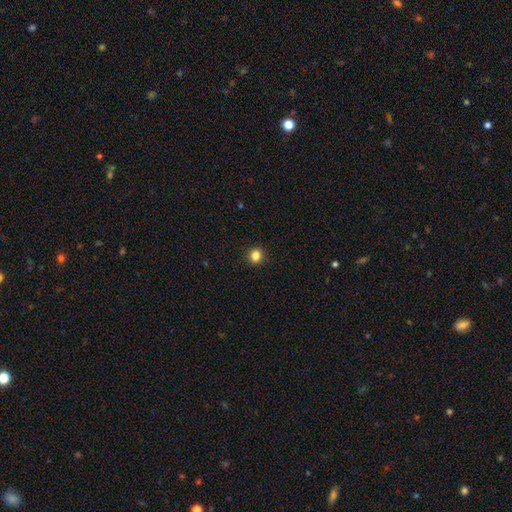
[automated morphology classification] Overall: smooth (84%). How rounded: round (87%). Merging: none (93%).